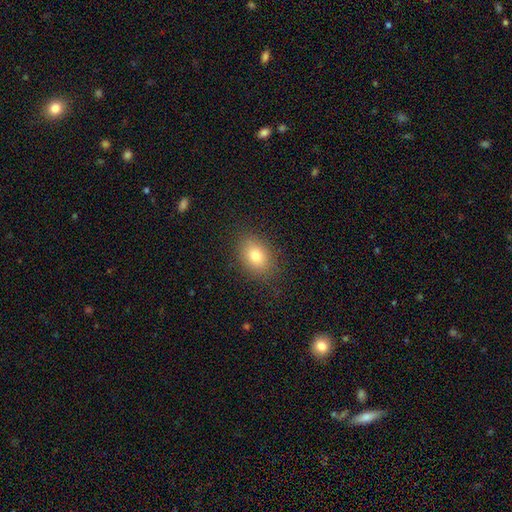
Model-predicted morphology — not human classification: smooth-or-featured: smooth: 80% | star or artifact: 10% | featured or disk: 10%
  how-rounded: in between: 77% | round: 22% | cigar-shaped: 1%
  merging: none: 85% | minor disturbance: 11% | major disturbance: 3% | merger: 1%